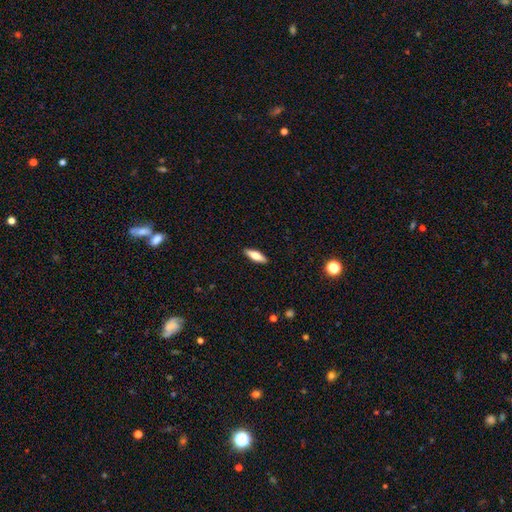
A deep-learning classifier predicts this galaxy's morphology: Q: Smooth or featured?
A: smooth (59%); runner-up: featured or disk (35%)
Q: How rounded?
A: cigar-shaped (52%); runner-up: in between (46%)
Q: Merging?
A: none (90%); runner-up: minor disturbance (7%)